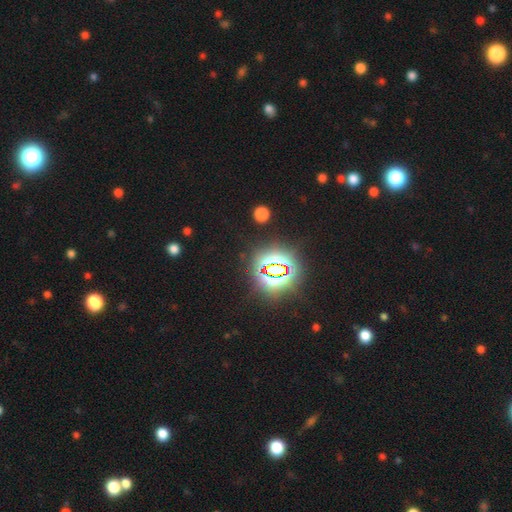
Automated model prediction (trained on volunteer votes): smooth_or_featured: star or artifact (p=0.85) [alt: smooth p=0.10]